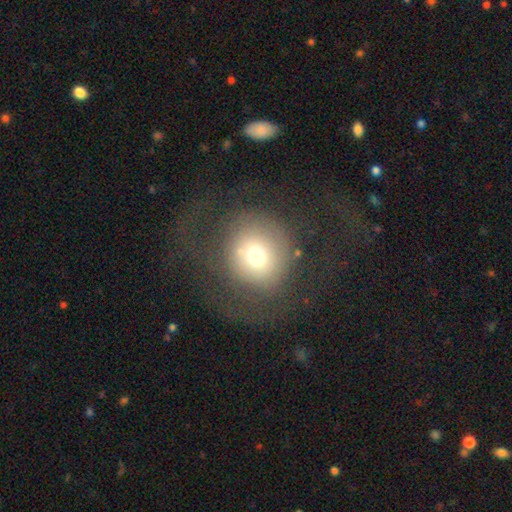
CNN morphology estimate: smooth 65%, featured or disk 21%, star or artifact 14%. Down the decision tree: how rounded — round (90%); merging — none (52%).